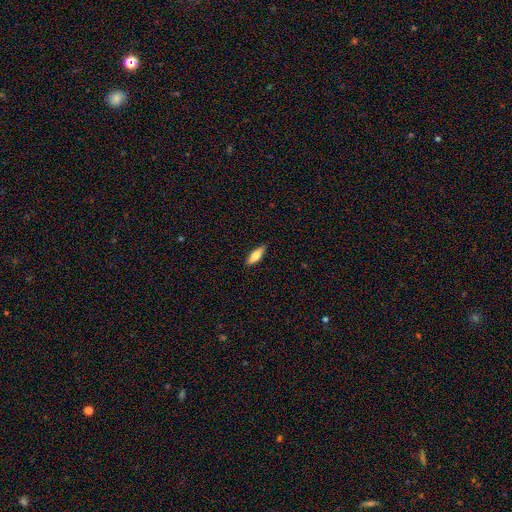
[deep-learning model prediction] Morphology: type=smooth (76%); roundness=in between (58%); merging=none (82%).